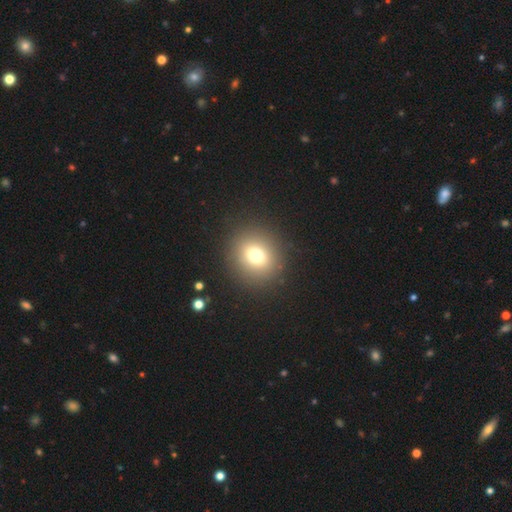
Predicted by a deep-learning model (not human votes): smooth-or-featured: smooth: 74% | star or artifact: 15% | featured or disk: 11%
  how-rounded: round: 83% | in between: 16% | cigar-shaped: 1%
  merging: none: 89% | minor disturbance: 6% | major disturbance: 3% | merger: 1%